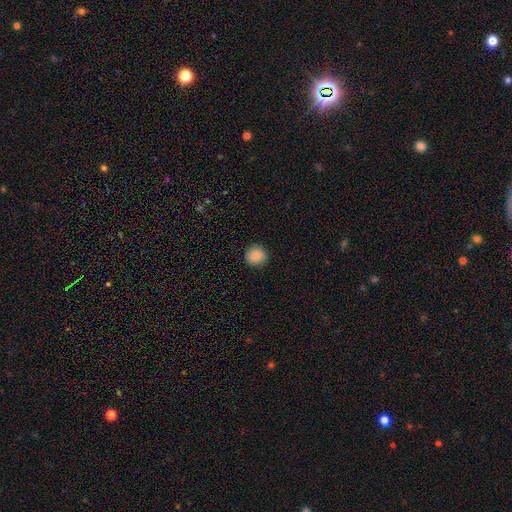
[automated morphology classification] smooth_or_featured: smooth (p=0.86) [alt: star or artifact p=0.09]
how_rounded: round (p=0.94) [alt: in between p=0.05]
merging: none (p=0.91) [alt: minor disturbance p=0.06]